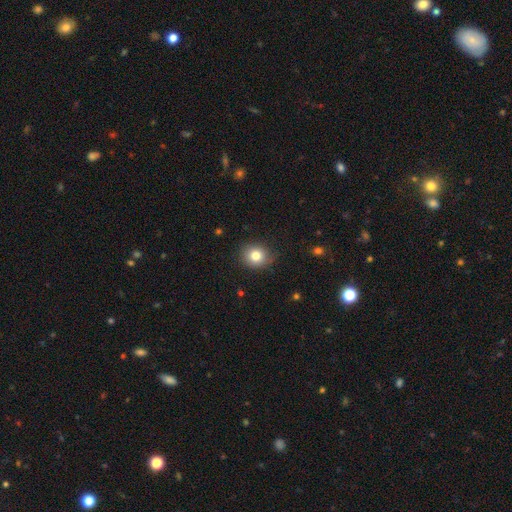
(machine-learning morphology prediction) smooth 80%, star or artifact 11%, featured or disk 9%. Down the decision tree: how rounded — round (77%); merging — none (83%).